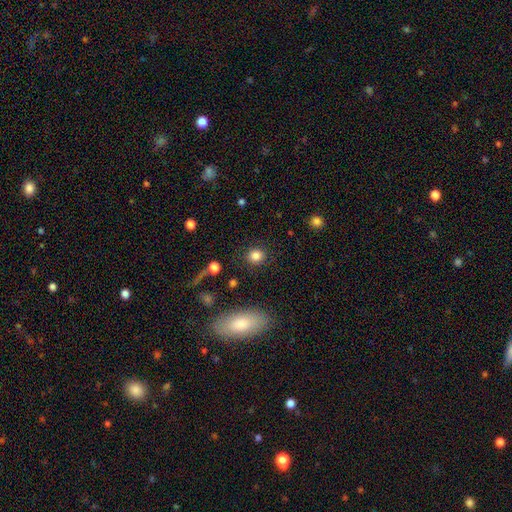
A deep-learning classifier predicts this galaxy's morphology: A smooth galaxy with no disk features (84%) that is round (85%).

Vote fractions:
- Smooth or featured? smooth: 84% / star or artifact: 11% / featured or disk: 5%
- How rounded? round: 85% / in between: 14% / cigar-shaped: 1%
- Merging? none: 88% / minor disturbance: 8% / major disturbance: 3% / merger: 2%